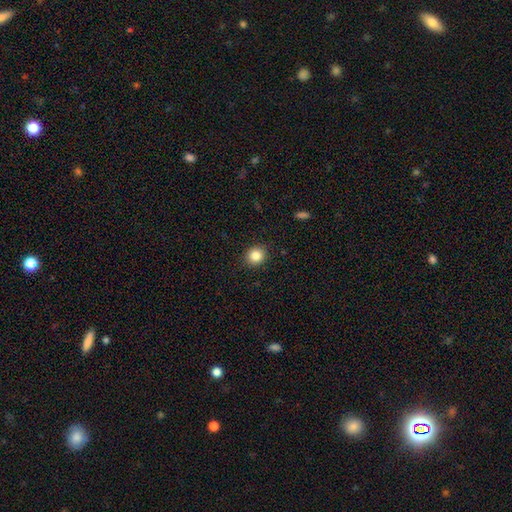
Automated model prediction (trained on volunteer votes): smooth 85%, star or artifact 10%, featured or disk 5%. Down the decision tree: how rounded — round (82%); merging — none (90%).